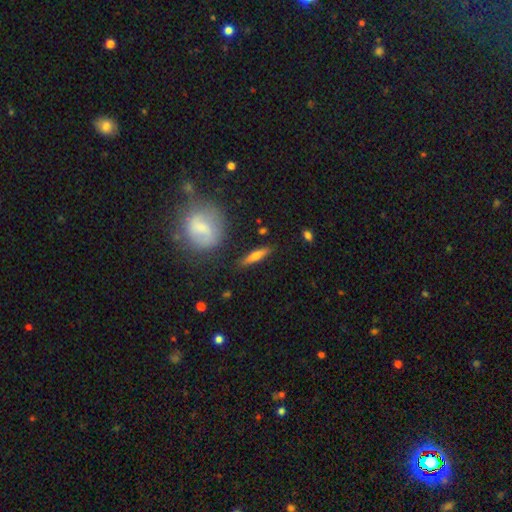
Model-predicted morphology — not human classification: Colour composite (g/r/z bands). It shows a smooth galaxy with no disk features (48%). Merging: none (85%).